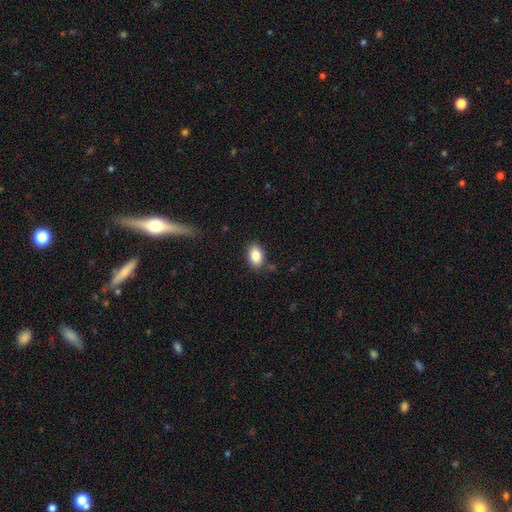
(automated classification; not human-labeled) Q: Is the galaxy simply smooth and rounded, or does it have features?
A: smooth — 86%.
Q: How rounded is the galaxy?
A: in between — 85%.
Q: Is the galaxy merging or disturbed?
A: none — 83%.